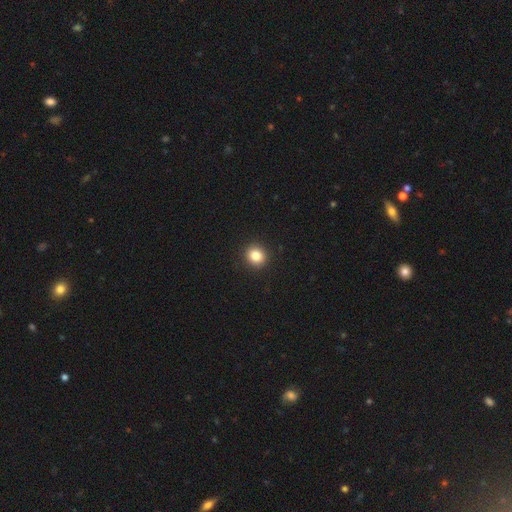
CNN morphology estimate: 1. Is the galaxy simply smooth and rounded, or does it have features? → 85% smooth, 10% star or artifact, 5% featured or disk.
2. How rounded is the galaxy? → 86% round, 13% in between, 1% cigar-shaped.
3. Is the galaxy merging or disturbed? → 92% none, 5% minor disturbance, 2% major disturbance, 1% merger.